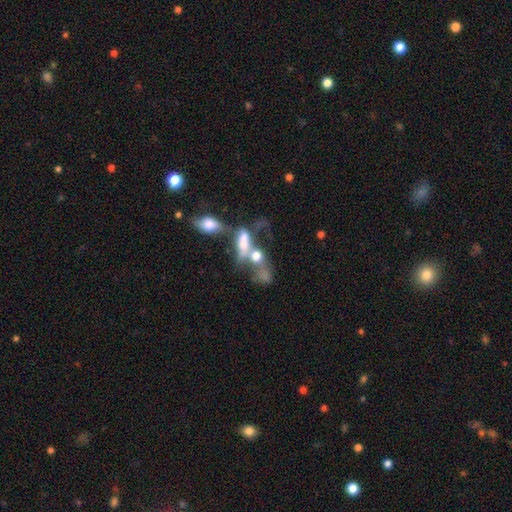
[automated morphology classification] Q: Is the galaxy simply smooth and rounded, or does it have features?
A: smooth — 52%.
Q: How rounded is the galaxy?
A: in between — 70%.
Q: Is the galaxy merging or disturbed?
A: merger — 63%.